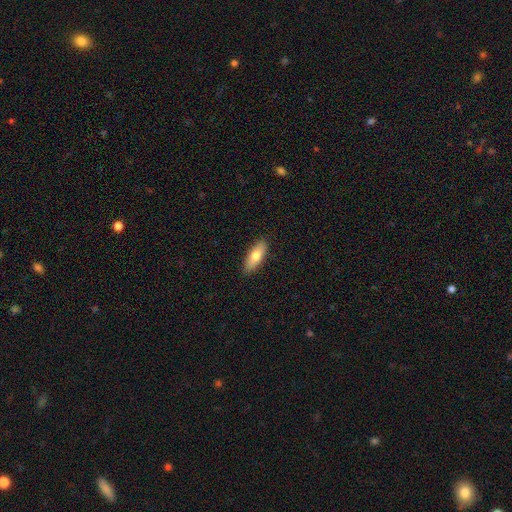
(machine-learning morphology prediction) A smooth galaxy with no disk features (74%) that is in between round and cigar-shaped (70%). Merging: none (88%).